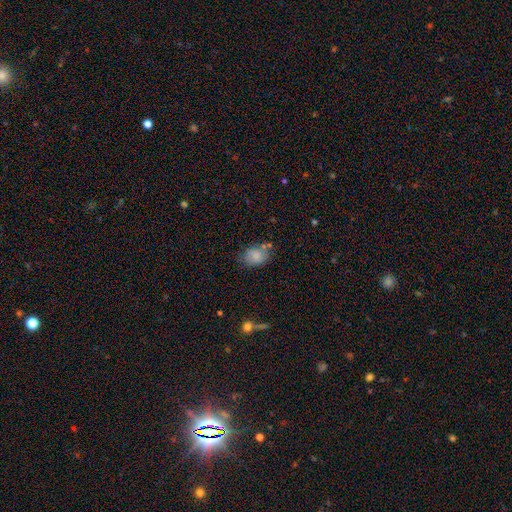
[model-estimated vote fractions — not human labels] Smooth or featured? Predicted: smooth (p=0.81). How rounded? Predicted: in between (p=0.66). Merging? Predicted: none (p=0.63).